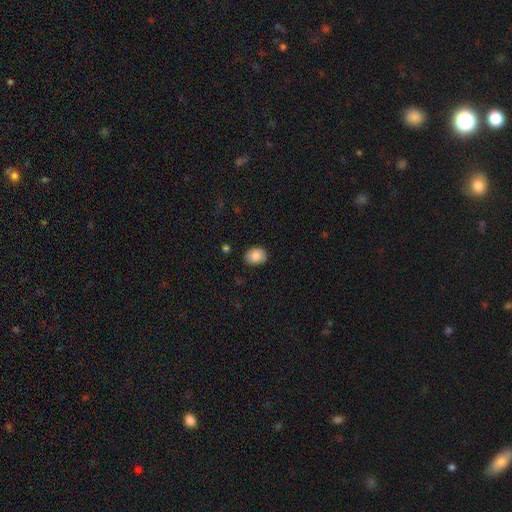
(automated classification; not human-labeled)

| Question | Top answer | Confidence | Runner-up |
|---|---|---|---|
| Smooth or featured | smooth | 83% | featured or disk (10%) |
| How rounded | in between | 63% | round (36%) |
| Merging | none | 85% | minor disturbance (12%) |